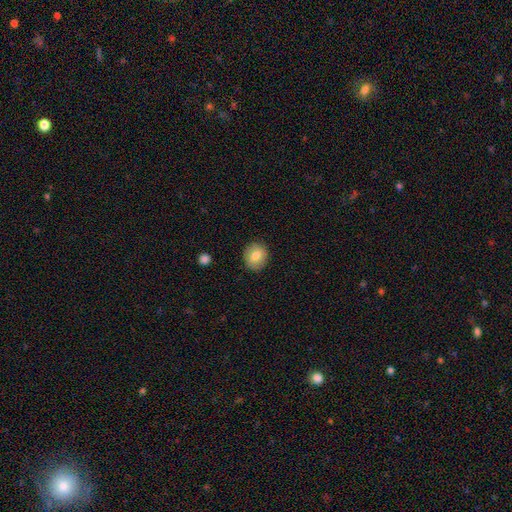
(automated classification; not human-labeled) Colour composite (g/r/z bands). It shows a smooth galaxy with no disk features (79%) that is round (79%). Merging: none (89%).